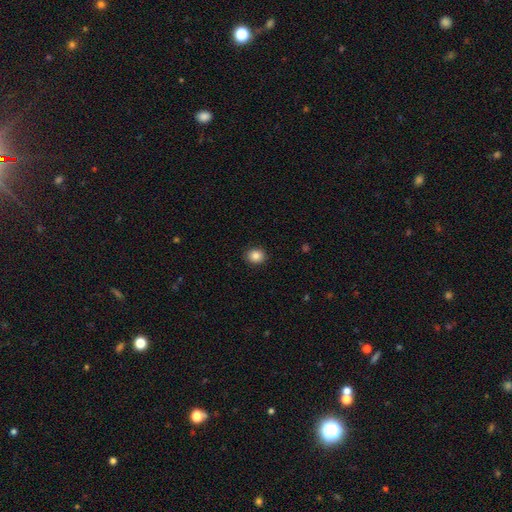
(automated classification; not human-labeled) This appears to be a smooth galaxy with no disk features (86%) that is round (67%). Merging: none (90%).